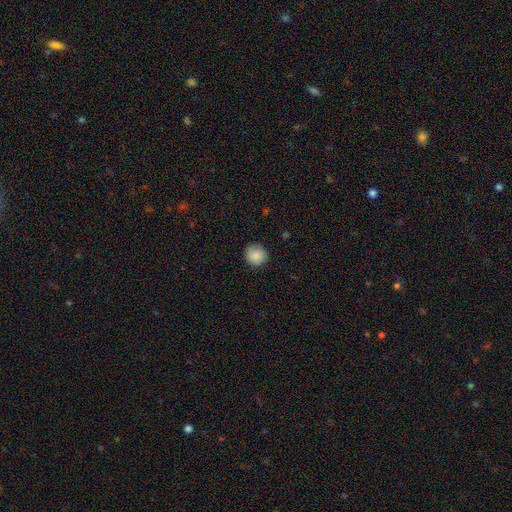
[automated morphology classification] smooth-or-featured: smooth: 85% | star or artifact: 8% | featured or disk: 7%
  how-rounded: round: 91% | in between: 8% | cigar-shaped: 1%
  merging: none: 86% | minor disturbance: 11% | major disturbance: 2% | merger: 1%